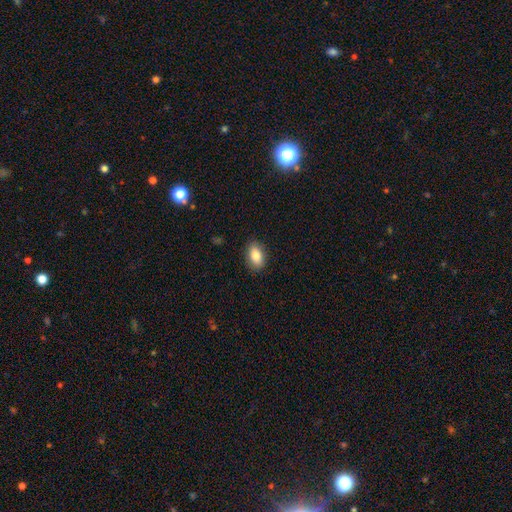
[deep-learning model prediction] Smooth or featured? Predicted: smooth (p=0.84). How rounded? Predicted: in between (p=0.90). Merging? Predicted: none (p=0.88).